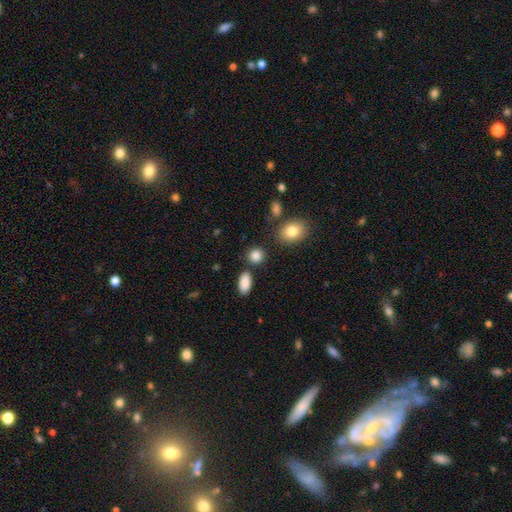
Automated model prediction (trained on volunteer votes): smooth_or_featured: smooth (p=0.87) [alt: star or artifact p=0.09]
how_rounded: round (p=0.69) [alt: in between p=0.29]
merging: none (p=0.81) [alt: minor disturbance p=0.09]